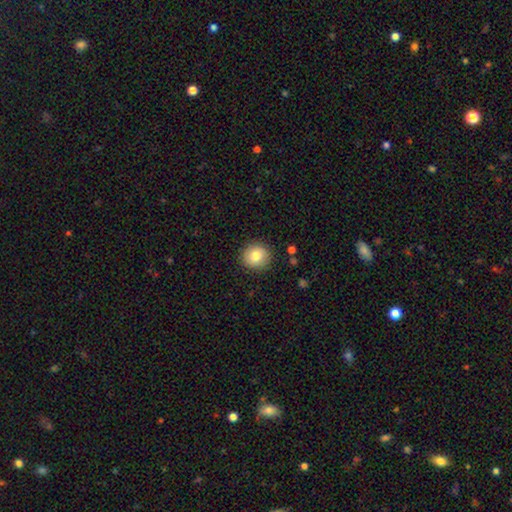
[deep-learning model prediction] This appears to be a smooth galaxy with no disk features (81%) that is round (89%). Merging: none (90%).